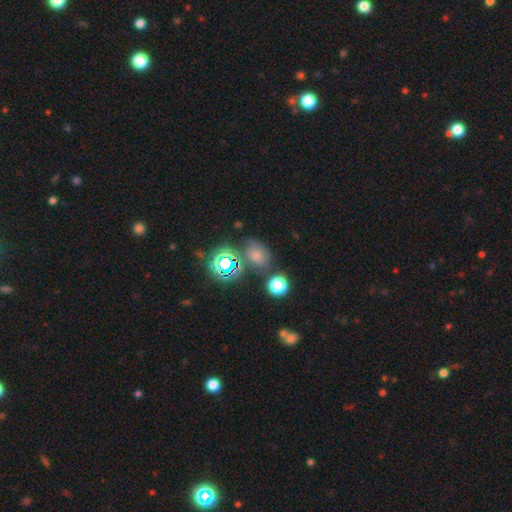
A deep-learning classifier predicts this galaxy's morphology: star or artifact 50%, smooth 36%, featured or disk 13%.